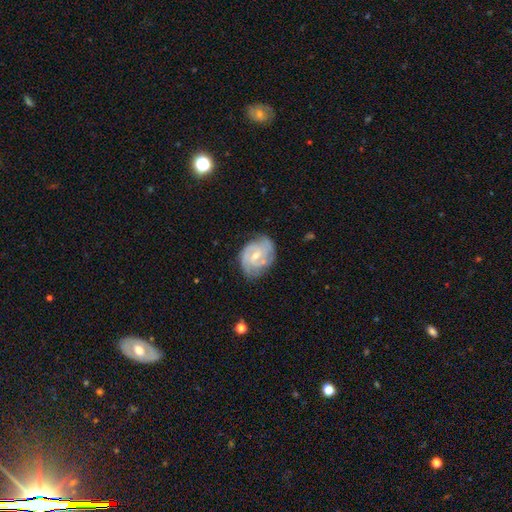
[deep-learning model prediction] Q: Smooth or featured?
A: featured or disk (84%); runner-up: smooth (11%)
Q: Edge-on disk?
A: no (98%); runner-up: yes (2%)
Q: Bar?
A: weak (49%); runner-up: no (41%)
Q: Spiral arms?
A: yes (94%); runner-up: no (6%)
Q: Spiral winding?
A: tight (56%); runner-up: medium (36%)
Q: Spiral arm count?
A: 2 (35%); runner-up: 3 (29%)
Q: Bulge size?
A: small (52%); runner-up: moderate (44%)
Q: Merging?
A: none (69%); runner-up: minor disturbance (22%)